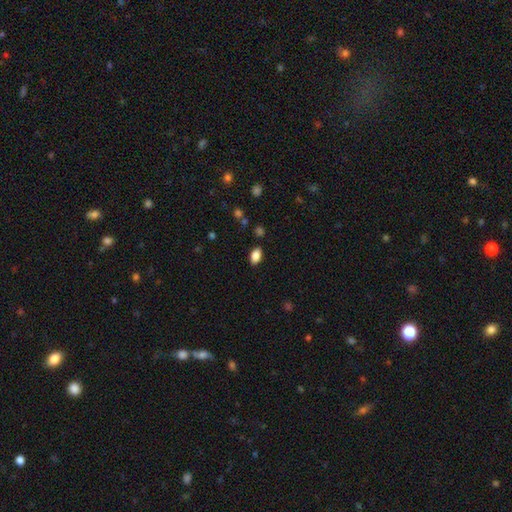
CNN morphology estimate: Smooth or featured?
  - smooth: 86% *
  - star or artifact: 9%
  - featured or disk: 6%
How rounded?
  - in between: 91% *
  - round: 6%
  - cigar-shaped: 3%
Merging?
  - none: 87% *
  - minor disturbance: 10%
  - major disturbance: 2%
  - merger: 1%